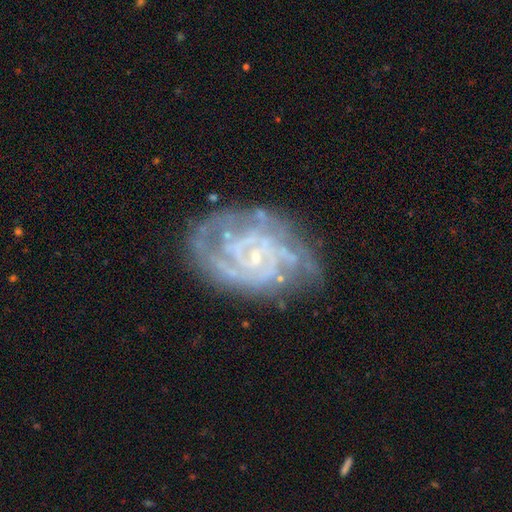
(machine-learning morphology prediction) Smooth or featured?
  - featured or disk: 87% *
  - star or artifact: 7%
  - smooth: 6%
Edge-on disk?
  - no: 97% *
  - yes: 3%
Bar?
  - no: 60% *
  - weak: 32%
  - strong: 9%
Spiral arms?
  - yes: 95% *
  - no: 5%
Spiral winding?
  - tight: 65% *
  - medium: 29%
  - loose: 5%
Spiral arm count?
  - 2: 29% *
  - can't tell: 27%
  - 3: 20%
  - 4: 12%
  - more than 4: 7%
  - 1: 6%
Bulge size?
  - small: 81% *
  - moderate: 11%
  - none: 5%
  - large: 1%
  - dominant: 1%
Merging?
  - none: 66% *
  - minor disturbance: 21%
  - major disturbance: 10%
  - merger: 2%